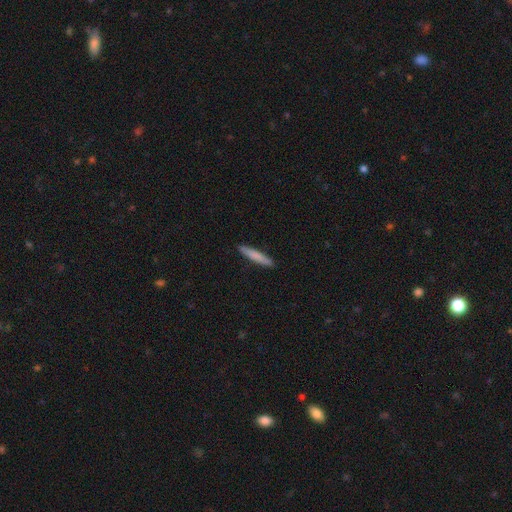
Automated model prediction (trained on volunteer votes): Smooth or featured? smooth (77%)
How rounded? cigar-shaped (94%)
Merging? none (91%)